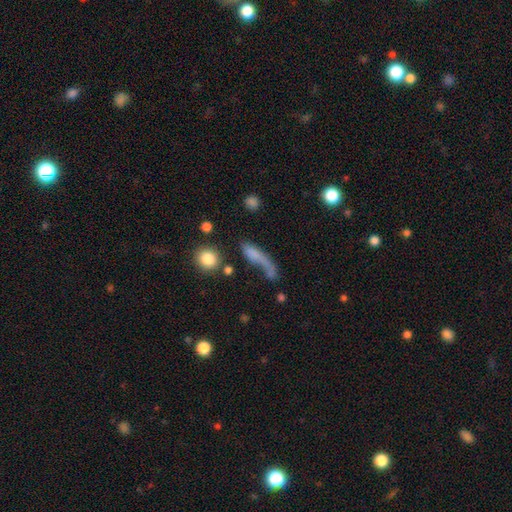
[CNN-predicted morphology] smooth_or_featured: smooth (p=0.54) [alt: featured or disk p=0.33]
how_rounded: cigar-shaped (p=0.59) [alt: in between p=0.31]
merging: major disturbance (p=0.36) [alt: none p=0.32]